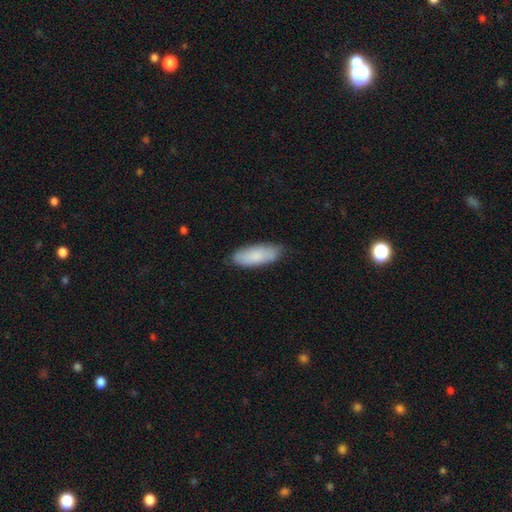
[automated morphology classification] A smooth galaxy with no disk features (82%) that is in between round and cigar-shaped (72%).

Vote fractions:
- Smooth or featured? smooth: 82% / featured or disk: 12% / star or artifact: 6%
- How rounded? in between: 72% / cigar-shaped: 26% / round: 2%
- Merging? none: 80% / minor disturbance: 16% / major disturbance: 3% / merger: 1%